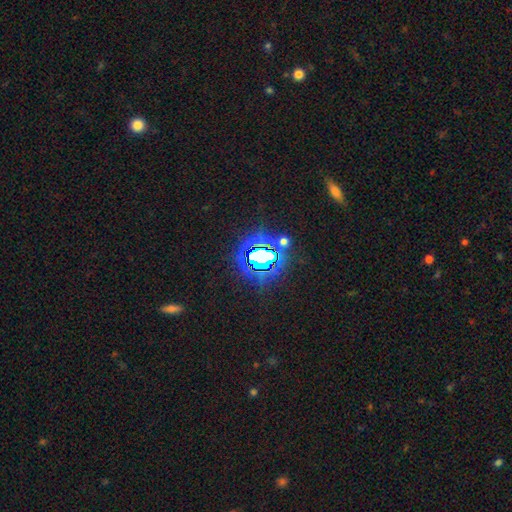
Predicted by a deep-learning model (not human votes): The model was most divided on "smooth or featured": star or artifact: 76%, smooth: 14%, featured or disk: 10%.